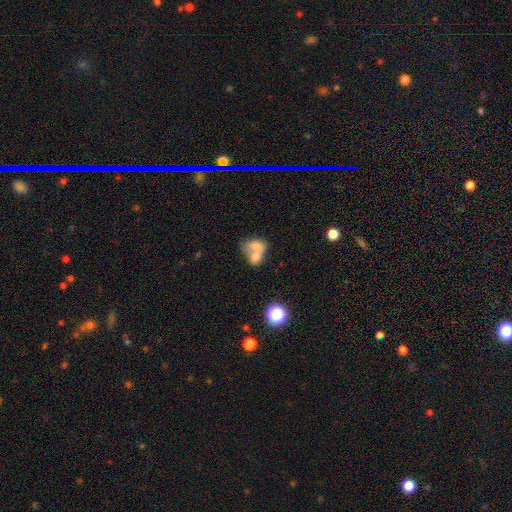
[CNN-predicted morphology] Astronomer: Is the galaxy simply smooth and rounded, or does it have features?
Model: smooth — 69%.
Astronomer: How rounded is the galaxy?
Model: in between — 65%.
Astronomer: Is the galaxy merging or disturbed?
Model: merger — 74%.